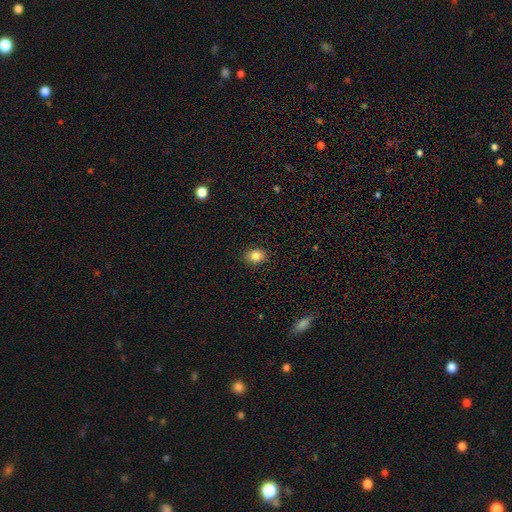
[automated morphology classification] Smooth or featured: smooth — 84% (star or artifact — 10%)
How rounded: in between — 53% (round — 46%)
Merging: none — 90% (minor disturbance — 7%)